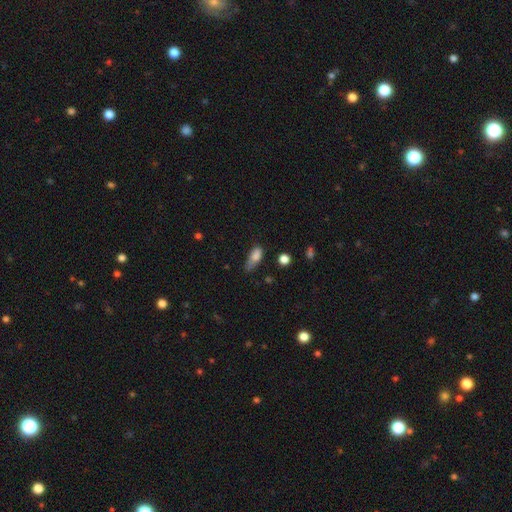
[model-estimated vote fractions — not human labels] smooth_or_featured: smooth (p=0.79) [alt: featured or disk p=0.12]
how_rounded: in between (p=0.75) [alt: cigar-shaped p=0.19]
merging: minor disturbance (p=0.44) [alt: none p=0.32]